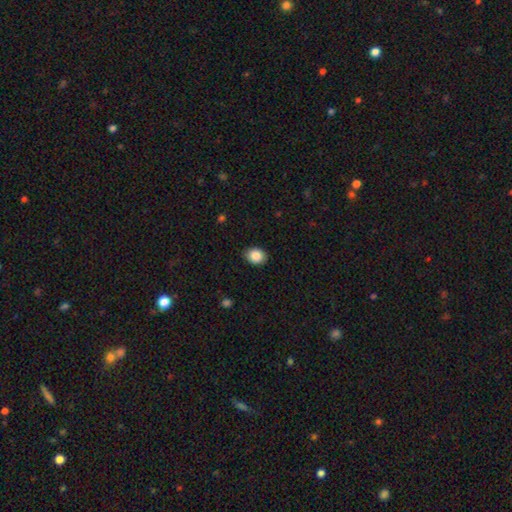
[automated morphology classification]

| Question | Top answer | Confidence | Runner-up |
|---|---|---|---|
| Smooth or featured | smooth | 86% | star or artifact (8%) |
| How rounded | in between | 57% | round (42%) |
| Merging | none | 87% | minor disturbance (10%) |